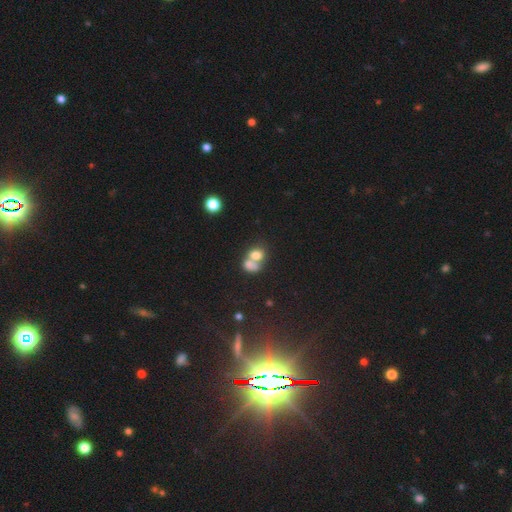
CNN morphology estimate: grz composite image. It shows a smooth galaxy with no disk features (73%) that is in between round and cigar-shaped (53%). Merging: merger (64%).